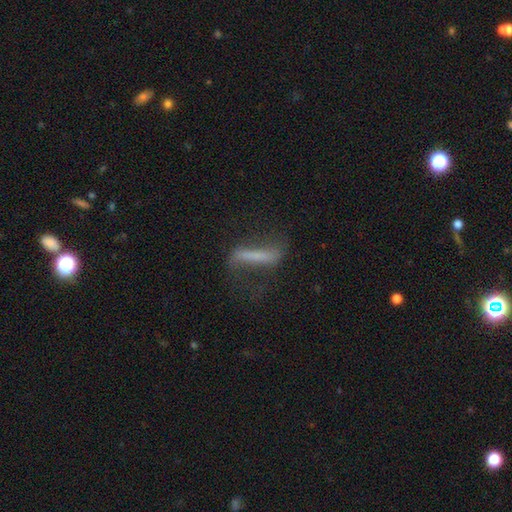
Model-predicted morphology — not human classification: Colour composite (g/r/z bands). It shows a featured or disk galaxy (53%). Merging: none (57%).